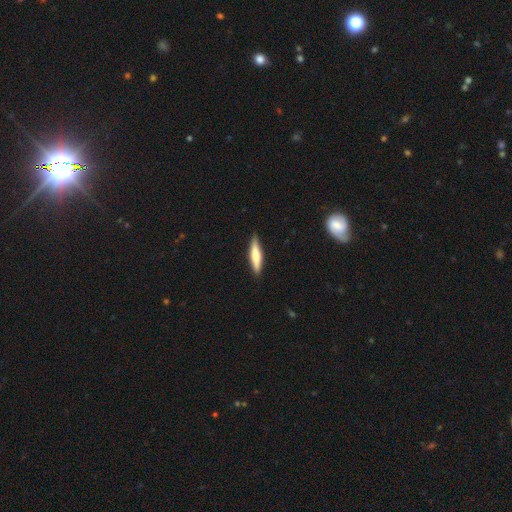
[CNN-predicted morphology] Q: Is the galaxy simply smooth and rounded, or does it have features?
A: smooth — 64%.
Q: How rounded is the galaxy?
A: cigar-shaped — 83%.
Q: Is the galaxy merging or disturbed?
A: none — 88%.